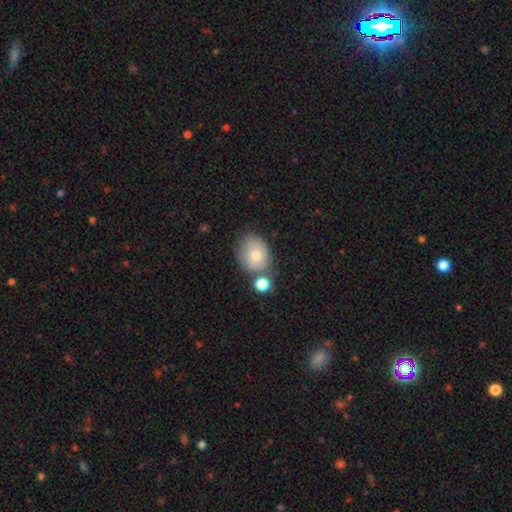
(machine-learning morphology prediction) This appears to be a smooth galaxy with no disk features (70%) that is in between round and cigar-shaped (54%). Merging: none (53%).